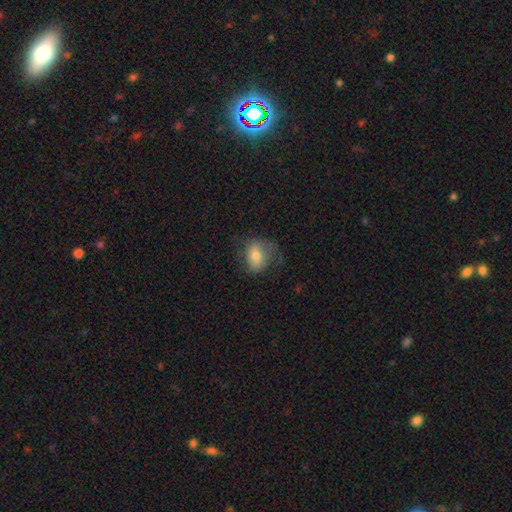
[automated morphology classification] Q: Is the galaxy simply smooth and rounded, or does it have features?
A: smooth — 66%.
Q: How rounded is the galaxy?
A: in between — 61%.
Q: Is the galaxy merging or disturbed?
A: none — 55%.